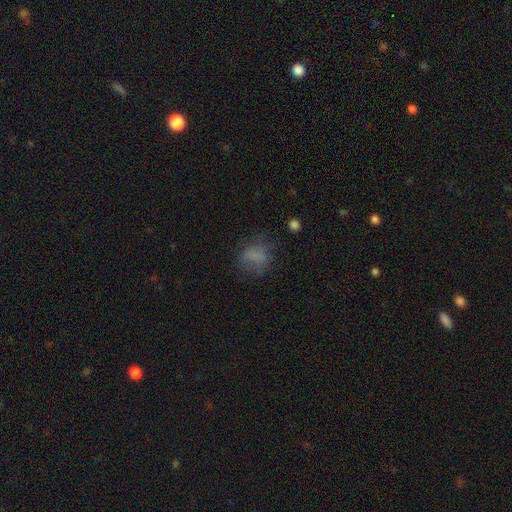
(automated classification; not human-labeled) A smooth galaxy with no disk features (69%) that is round (53%).

Vote fractions:
- Smooth or featured? smooth: 69% / featured or disk: 16% / star or artifact: 14%
- How rounded? round: 53% / in between: 46% / cigar-shaped: 2%
- Merging? none: 56% / minor disturbance: 22% / major disturbance: 19% / merger: 2%